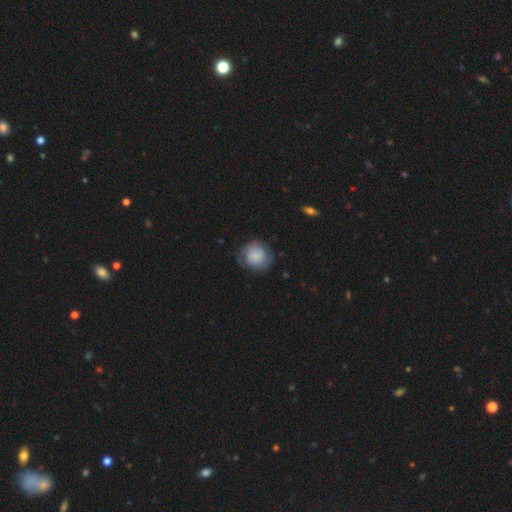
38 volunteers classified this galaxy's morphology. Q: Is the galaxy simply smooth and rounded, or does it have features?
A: smooth — 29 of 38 (76%).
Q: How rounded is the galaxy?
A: round — 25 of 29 (86%).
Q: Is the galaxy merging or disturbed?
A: none — 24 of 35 (69%).